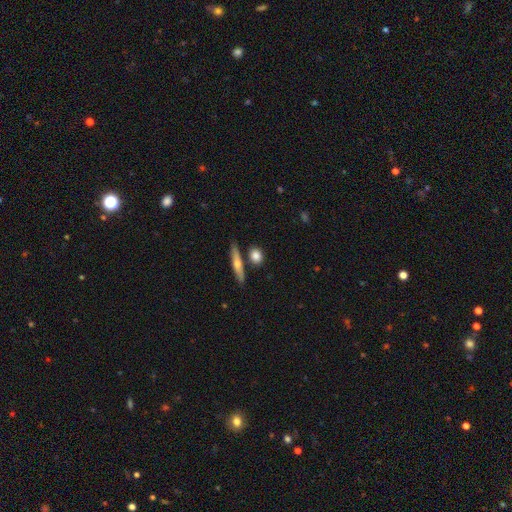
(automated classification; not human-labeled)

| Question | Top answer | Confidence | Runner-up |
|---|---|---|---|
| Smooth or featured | smooth | 78% | featured or disk (16%) |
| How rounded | round | 48% | in between (32%) |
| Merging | none | 75% | merger (11%) |